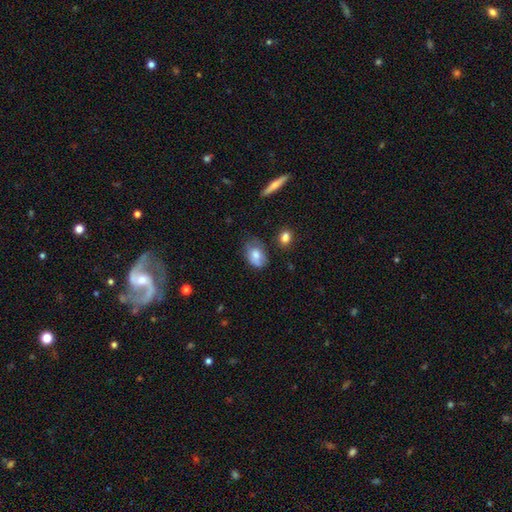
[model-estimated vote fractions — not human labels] This is likely a smooth galaxy (72%). How rounded: clearly in between (82%). Merging: possibly none (47%).